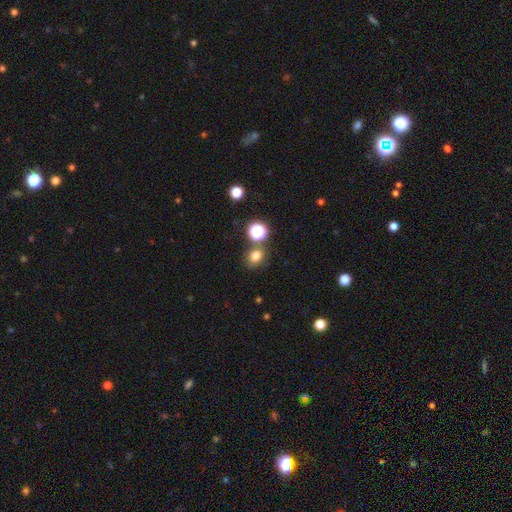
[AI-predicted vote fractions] smooth 74%, star or artifact 19%, featured or disk 7%. Down the decision tree: how rounded — round (59%); merging — none (70%).